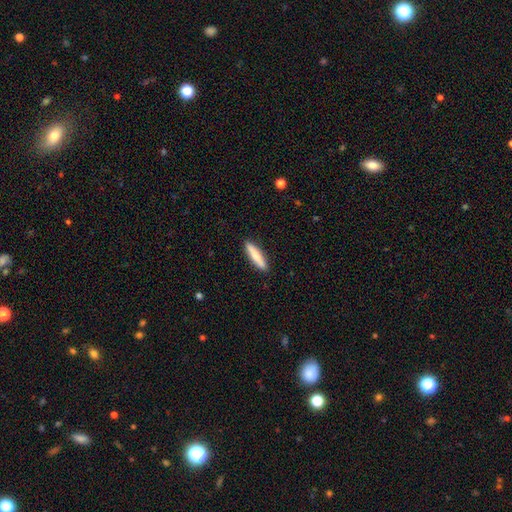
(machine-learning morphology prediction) smooth-or-featured: smooth: 75% | featured or disk: 20% | star or artifact: 5%
  how-rounded: cigar-shaped: 85% | in between: 14% | round: 1%
  merging: none: 91% | minor disturbance: 7% | major disturbance: 1% | merger: 1%